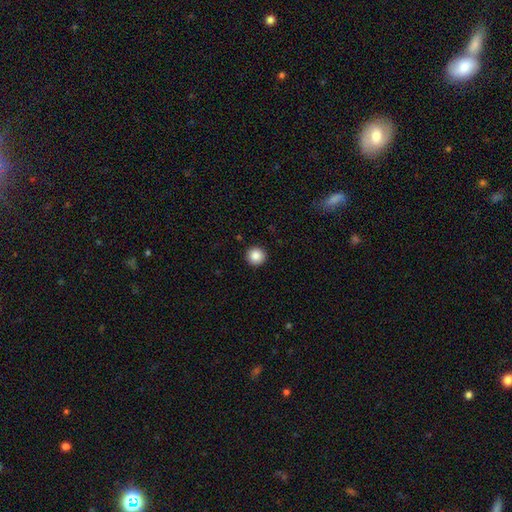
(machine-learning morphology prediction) This is clearly a smooth galaxy (87%). How rounded: clearly round (96%). Merging: clearly none (93%).